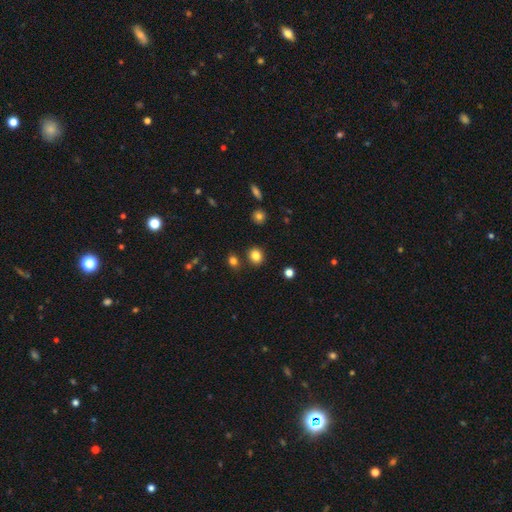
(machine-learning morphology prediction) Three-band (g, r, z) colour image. It shows a smooth galaxy with no disk features (83%) that is round (76%). Merging: none (86%).